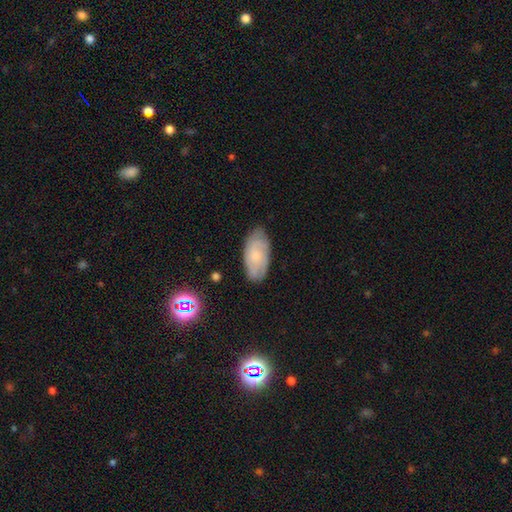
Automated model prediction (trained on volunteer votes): Smooth or featured?
  - featured or disk: 49% *
  - smooth: 42%
  - star or artifact: 9%
Merging?
  - none: 77% *
  - minor disturbance: 18%
  - major disturbance: 4%
  - merger: 1%